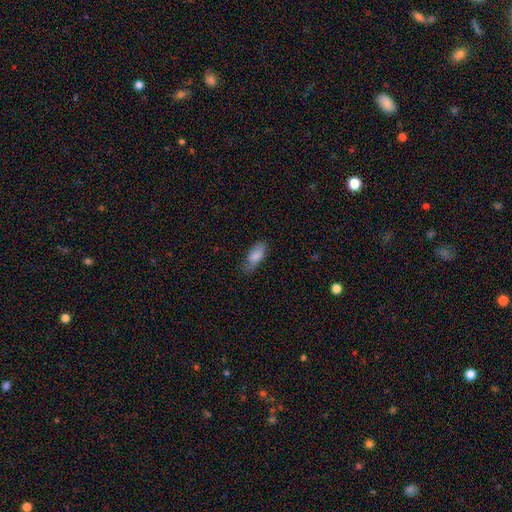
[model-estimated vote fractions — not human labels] This appears to be a smooth galaxy with no disk features (83%) that is in between round and cigar-shaped (79%). Merging: none (67%).